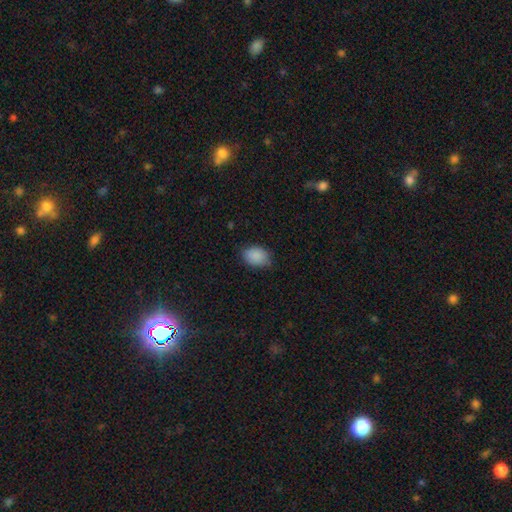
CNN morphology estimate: smooth-or-featured: smooth: 89% | star or artifact: 7% | featured or disk: 3%
  how-rounded: in between: 76% | round: 23% | cigar-shaped: 1%
  merging: none: 79% | minor disturbance: 17% | major disturbance: 3% | merger: 1%